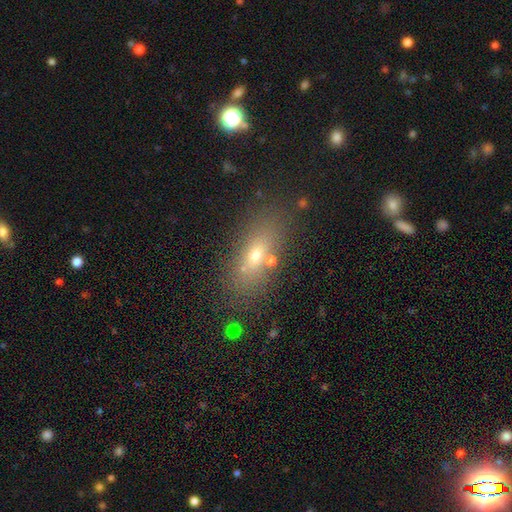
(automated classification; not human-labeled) smooth-or-featured: smooth: 60% | featured or disk: 23% | star or artifact: 16%
  how-rounded: in between: 69% | cigar-shaped: 18% | round: 13%
  merging: none: 74% | minor disturbance: 11% | merger: 9% | major disturbance: 5%